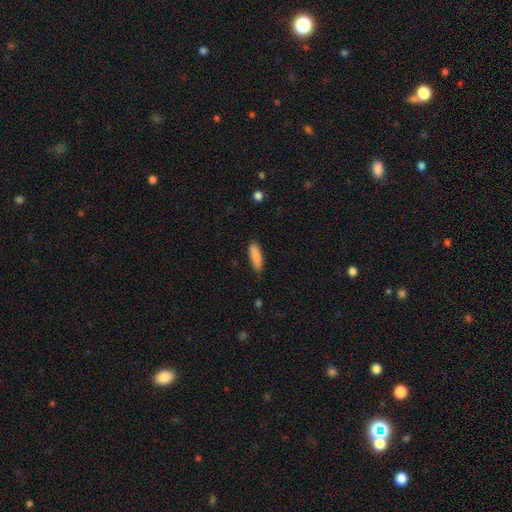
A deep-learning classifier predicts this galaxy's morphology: Smooth or featured: smooth — 87% (star or artifact — 6%)
How rounded: cigar-shaped — 58% (in between — 41%)
Merging: none — 77% (minor disturbance — 19%)